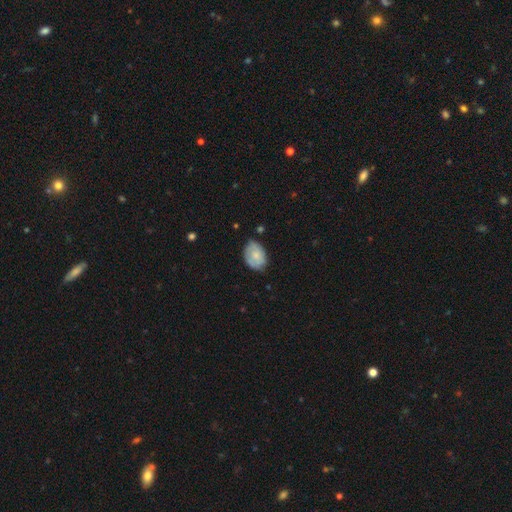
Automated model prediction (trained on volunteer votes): This appears to be a smooth galaxy with no disk features (62%) that is in between round and cigar-shaped (78%). Merging: none (65%).